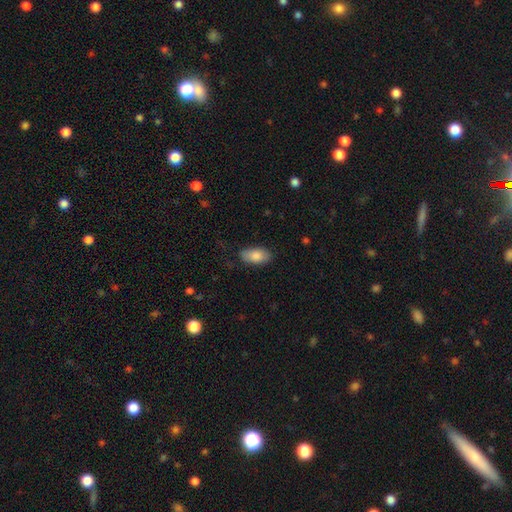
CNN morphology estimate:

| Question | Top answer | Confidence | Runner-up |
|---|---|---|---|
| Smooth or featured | smooth | 85% | featured or disk (9%) |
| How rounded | in between | 93% | cigar-shaped (4%) |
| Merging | none | 82% | minor disturbance (14%) |